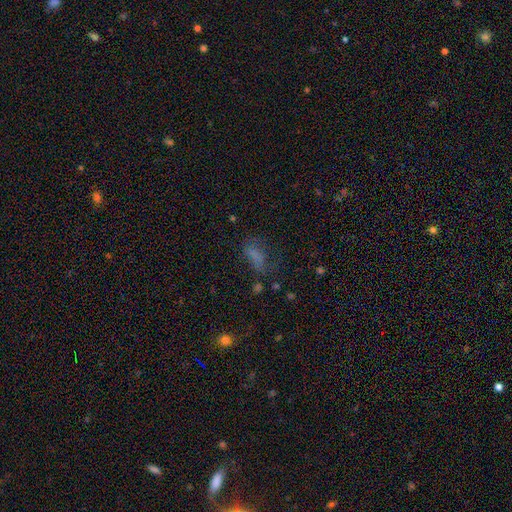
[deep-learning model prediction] This is likely a smooth galaxy (61%). How rounded: likely in between (77%). Merging: marginally none (39%).